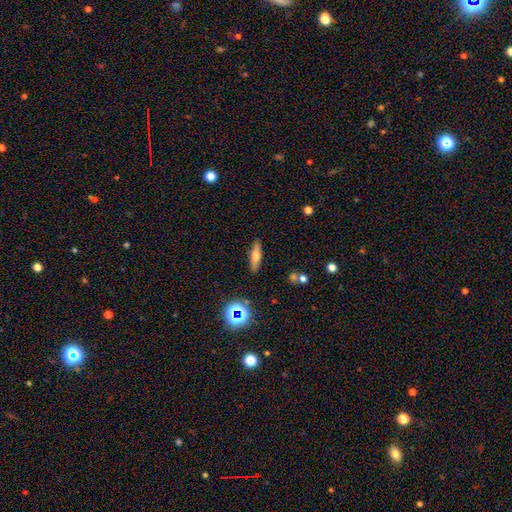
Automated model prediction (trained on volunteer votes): This appears to be a smooth galaxy with no disk features (61%) that is cigar-shaped (64%). Merging: none (87%).